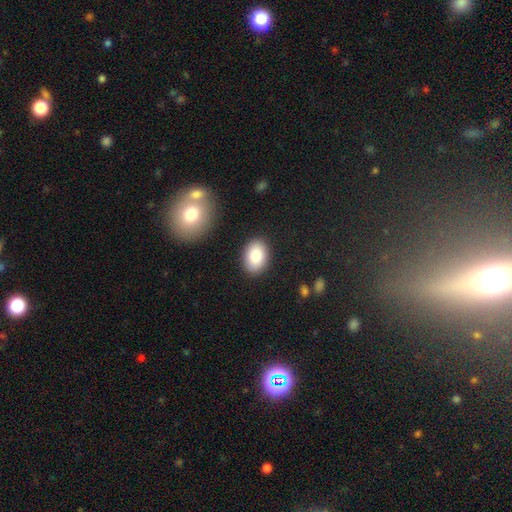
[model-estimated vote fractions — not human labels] This appears to be a smooth galaxy with no disk features (83%) that is in between round and cigar-shaped (79%). Merging: none (88%).